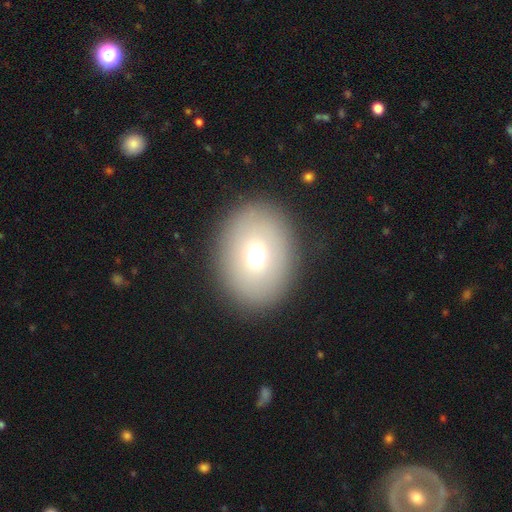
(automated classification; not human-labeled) Overall: smooth (68%). How rounded: in between (57%; round 42%). Merging: none (87%).